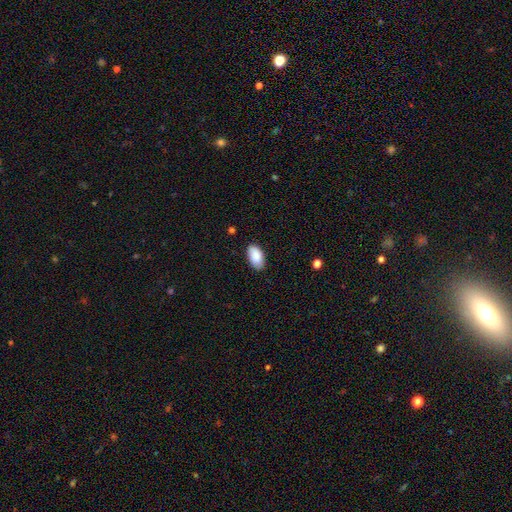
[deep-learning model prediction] smooth_or_featured: smooth (p=0.88) [alt: star or artifact p=0.06]
how_rounded: in between (p=0.95) [alt: round p=0.03]
merging: none (p=0.83) [alt: minor disturbance p=0.14]